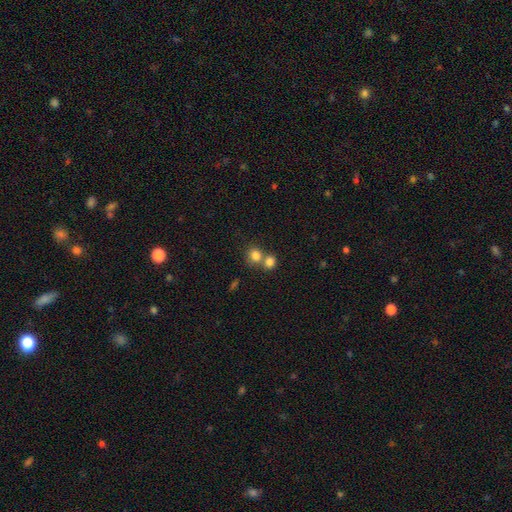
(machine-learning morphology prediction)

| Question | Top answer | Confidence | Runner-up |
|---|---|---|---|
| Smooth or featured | smooth | 81% | star or artifact (11%) |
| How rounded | round | 79% | in between (20%) |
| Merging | merger | 47% | none (43%) |